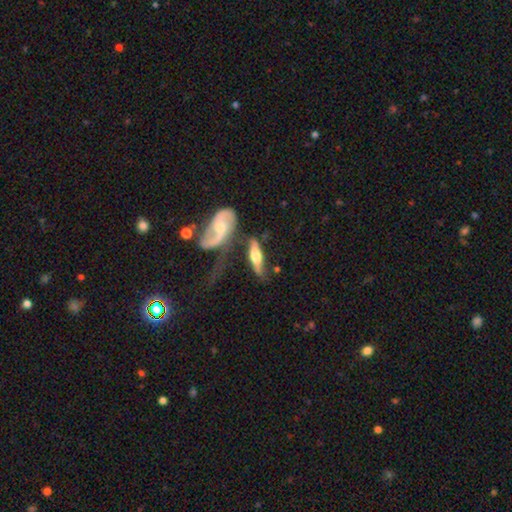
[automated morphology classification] Q: Smooth or featured?
A: featured or disk (60%); runner-up: smooth (34%)
Q: Edge-on disk?
A: yes (73%); runner-up: no (27%)
Q: Merging?
A: none (45%); runner-up: merger (23%)